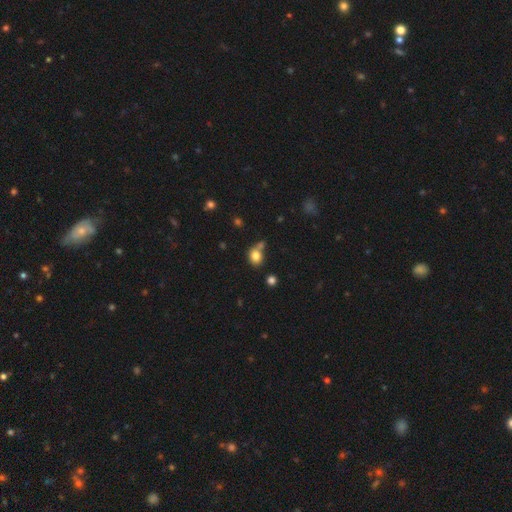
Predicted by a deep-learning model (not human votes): smooth_or_featured: smooth (p=0.81) [alt: star or artifact p=0.11]
how_rounded: round (p=0.59) [alt: in between p=0.40]
merging: none (p=0.54) [alt: merger p=0.24]